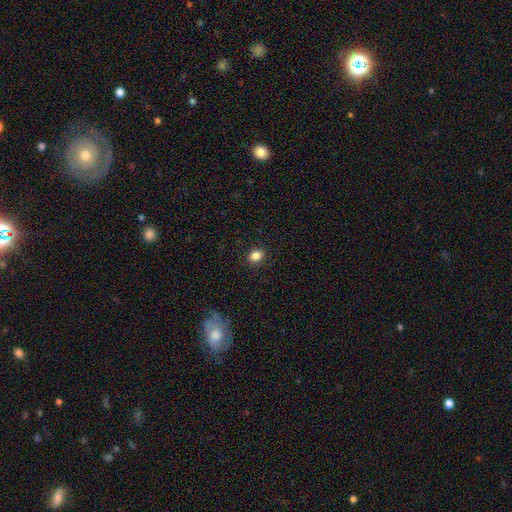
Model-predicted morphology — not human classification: A smooth galaxy with no disk features (85%) that is in between round and cigar-shaped (60%).

Vote fractions:
- Smooth or featured? smooth: 85% / star or artifact: 10% / featured or disk: 5%
- How rounded? in between: 60% / round: 39% / cigar-shaped: 1%
- Merging? none: 89% / minor disturbance: 8% / major disturbance: 2% / merger: 1%